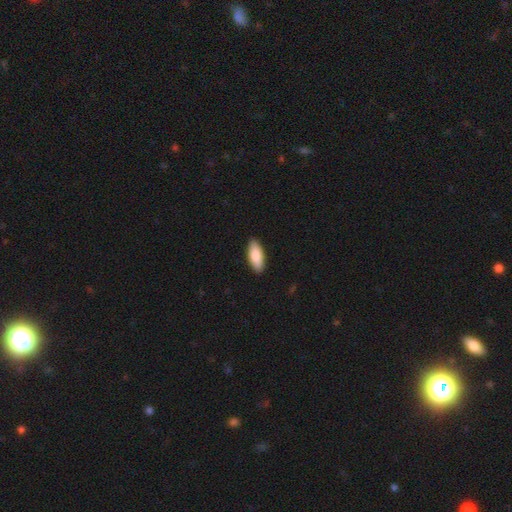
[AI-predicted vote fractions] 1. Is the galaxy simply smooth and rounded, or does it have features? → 88% smooth, 7% featured or disk, 5% star or artifact.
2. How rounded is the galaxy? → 80% in between, 18% cigar-shaped, 2% round.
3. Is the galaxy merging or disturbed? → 90% none, 8% minor disturbance, 2% major disturbance, 1% merger.